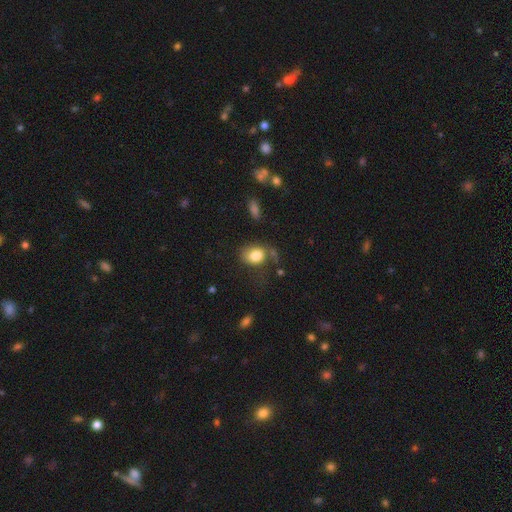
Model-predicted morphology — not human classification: The model was most divided on "how rounded": in between: 62%, round: 37%, cigar-shaped: 1%. More confident: smooth or featured — smooth (81%); merging — none (52%).